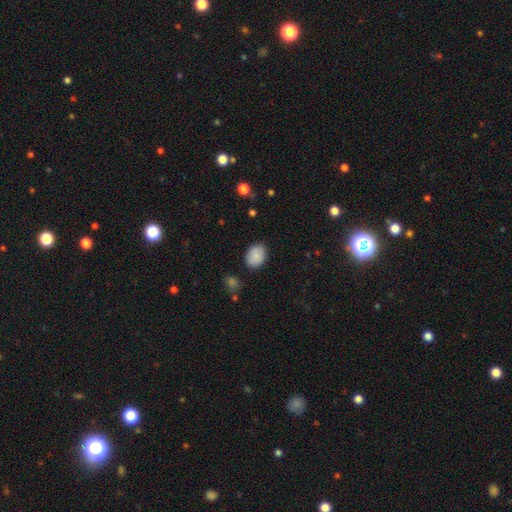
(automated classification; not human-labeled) A smooth galaxy with no disk features (88%) that is in between round and cigar-shaped (74%). Merging: none (84%).